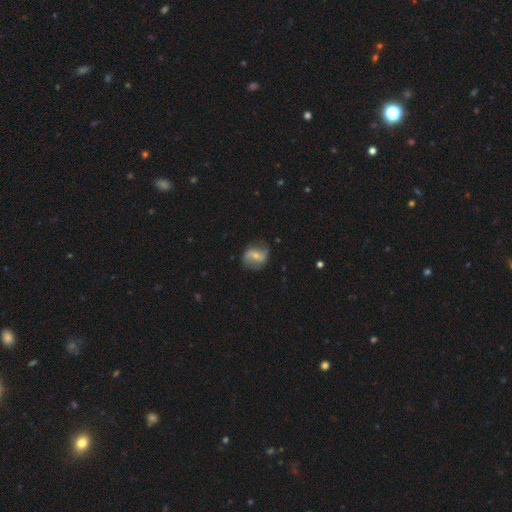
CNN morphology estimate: A featured or disk galaxy (66%) with a weak bar (41%), 2 (87%) loose (60%) spiral arms (83%) and a small central bulge (53%). Merging: none (73%).